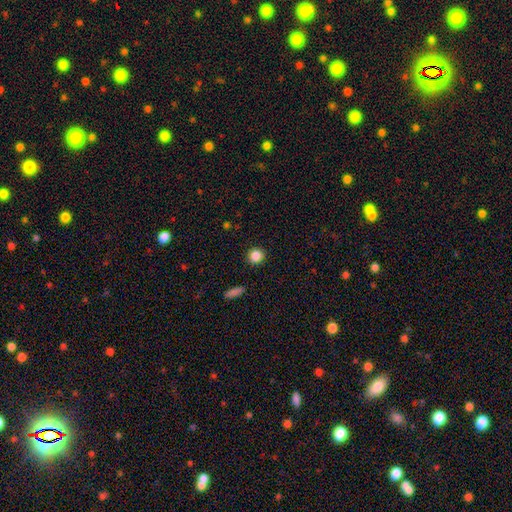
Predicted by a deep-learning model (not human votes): Overall: smooth (85%). How rounded: round (90%). Merging: none (91%).